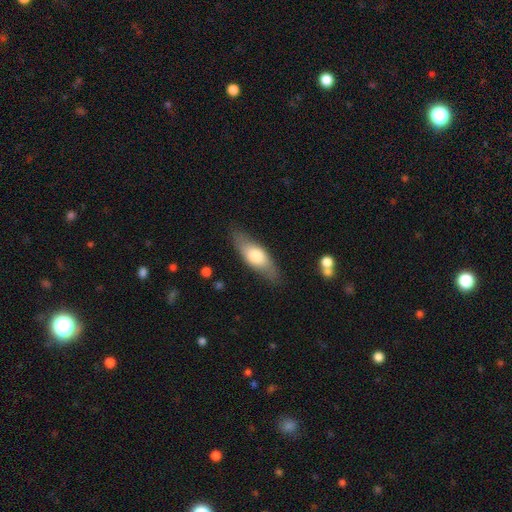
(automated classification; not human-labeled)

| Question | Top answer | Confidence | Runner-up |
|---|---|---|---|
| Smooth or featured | smooth | 64% | featured or disk (30%) |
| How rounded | in between | 62% | cigar-shaped (35%) |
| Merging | none | 81% | minor disturbance (13%) |